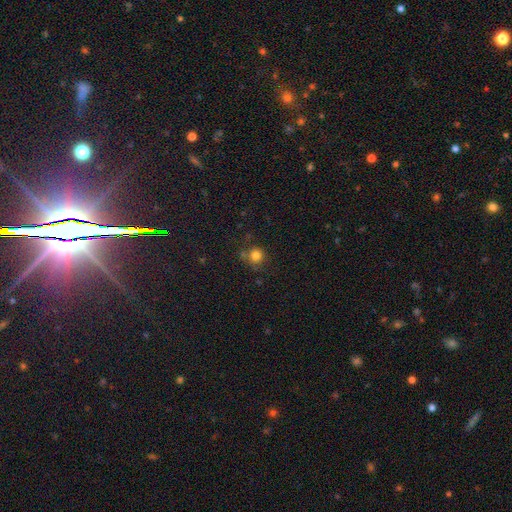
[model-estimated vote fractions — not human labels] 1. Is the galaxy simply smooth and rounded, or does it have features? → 80% smooth, 14% star or artifact, 7% featured or disk.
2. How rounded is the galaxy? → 91% round, 8% in between, 1% cigar-shaped.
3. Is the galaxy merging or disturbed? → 72% none, 15% minor disturbance, 9% merger, 5% major disturbance.